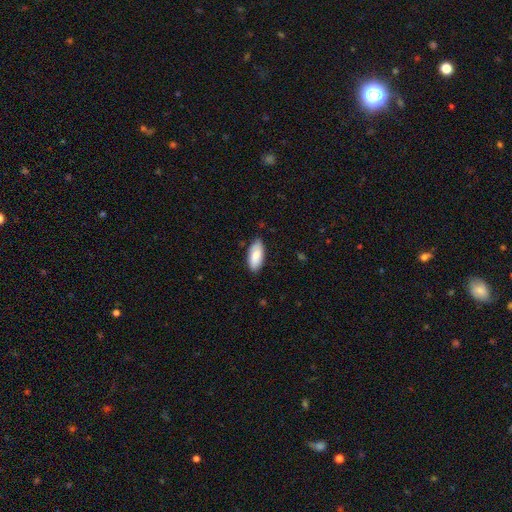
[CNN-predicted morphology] A smooth galaxy with no disk features (82%) that is in between round and cigar-shaped (90%).

Vote fractions:
- Smooth or featured? smooth: 82% / featured or disk: 12% / star or artifact: 6%
- How rounded? in between: 90% / cigar-shaped: 8% / round: 2%
- Merging? none: 81% / minor disturbance: 16% / major disturbance: 2% / merger: 1%